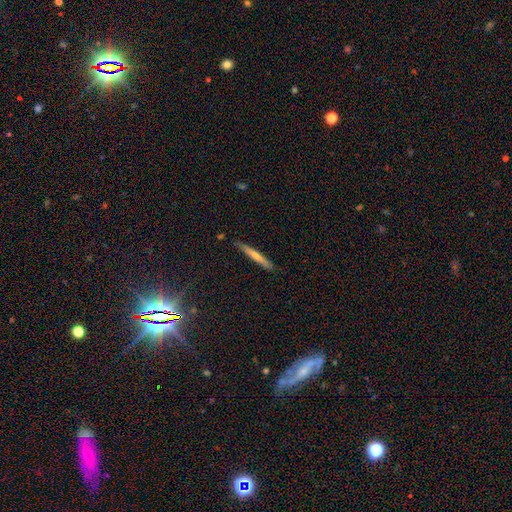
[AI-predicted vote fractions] This is possibly a smooth galaxy (59%). How rounded: clearly cigar-shaped (95%). Merging: clearly none (86%).